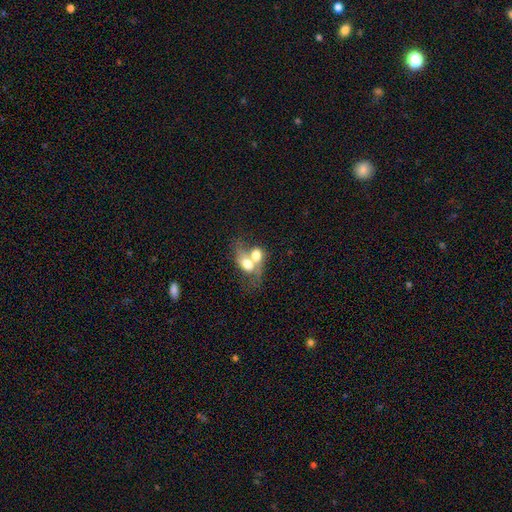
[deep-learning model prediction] Smooth or featured: smooth — 57% (featured or disk — 33%)
How rounded: in between — 67% (round — 31%)
Merging: merger — 76% (none — 12%)